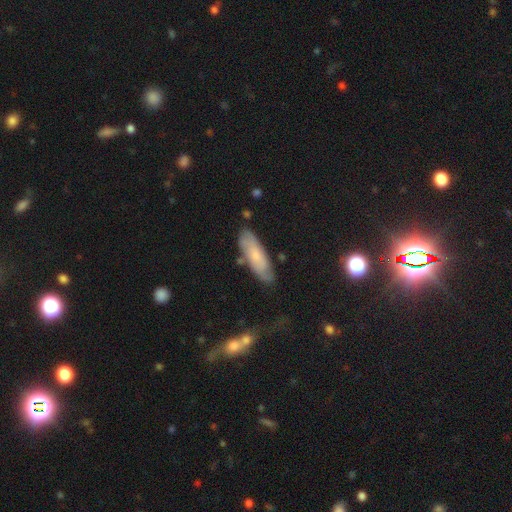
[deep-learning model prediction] Morphology: type=smooth (53%); roundness=in between (50%); merging=none (74%).